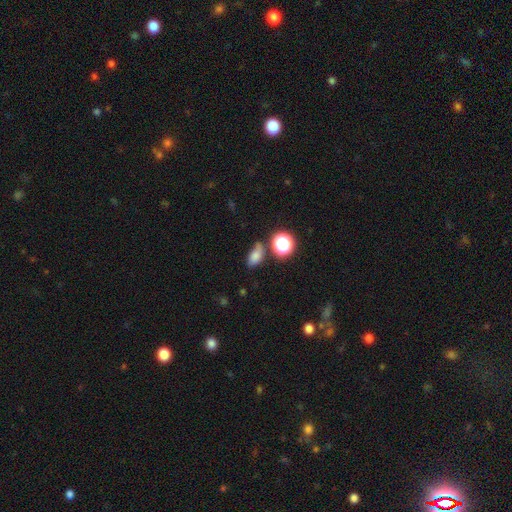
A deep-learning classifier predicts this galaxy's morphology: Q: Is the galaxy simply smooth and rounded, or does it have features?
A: smooth — 71%.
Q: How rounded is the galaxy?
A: in between — 78%.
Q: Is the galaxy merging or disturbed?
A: none — 53%.